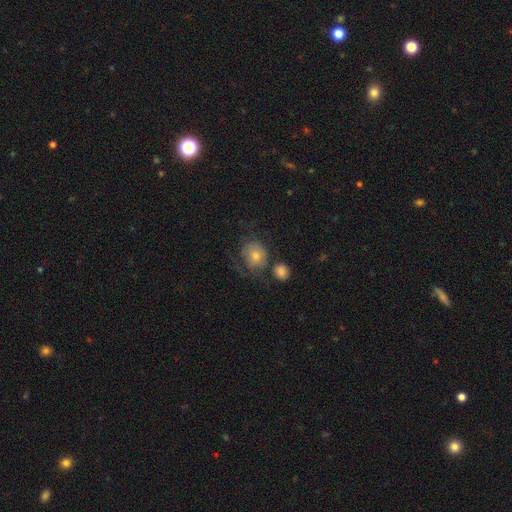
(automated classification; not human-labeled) Smooth or featured?
  - smooth: 58% *
  - featured or disk: 30%
  - star or artifact: 13%
How rounded?
  - round: 73% *
  - in between: 26%
  - cigar-shaped: 1%
Merging?
  - none: 50% *
  - minor disturbance: 19%
  - major disturbance: 16%
  - merger: 15%